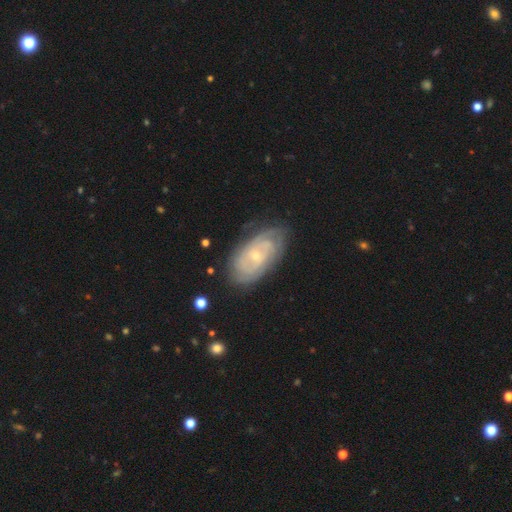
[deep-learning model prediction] The model was most divided on "spiral arm count": can't tell: 49%, 2: 22%, 3: 12%, 4: 9%, more than 4: 5%, 1: 4%. More confident: edge-on disk — no (94%); spiral arms — yes (89%); bulge size — small (76%); smooth or featured — featured or disk (76%); merging — none (75%); spiral winding — tight (72%); bar — no (71%).